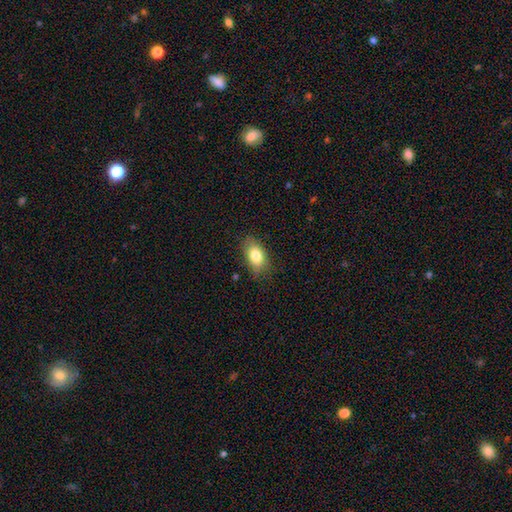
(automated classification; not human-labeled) smooth_or_featured: smooth (p=0.81) [alt: featured or disk p=0.11]
how_rounded: in between (p=0.89) [alt: round p=0.08]
merging: none (p=0.77) [alt: minor disturbance p=0.18]